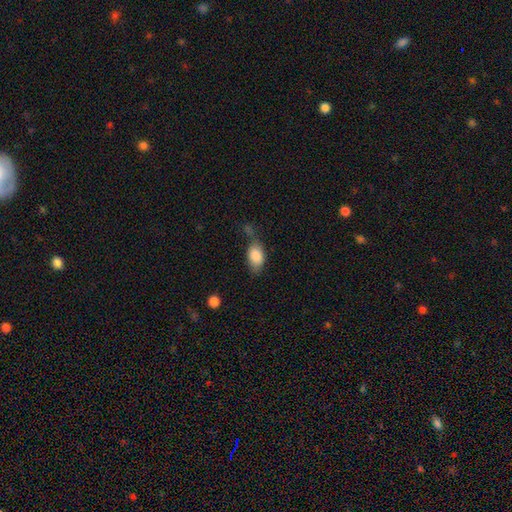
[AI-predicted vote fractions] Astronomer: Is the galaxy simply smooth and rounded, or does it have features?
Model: smooth — 84%.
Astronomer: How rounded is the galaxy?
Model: in between — 88%.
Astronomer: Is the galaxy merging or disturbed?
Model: none — 44% (runner-up: minor disturbance, 30%).